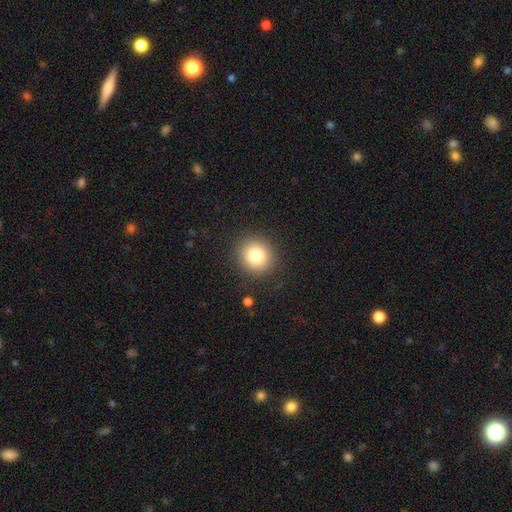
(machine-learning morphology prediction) type=smooth (80%); roundness=round (90%); merging=none (90%).